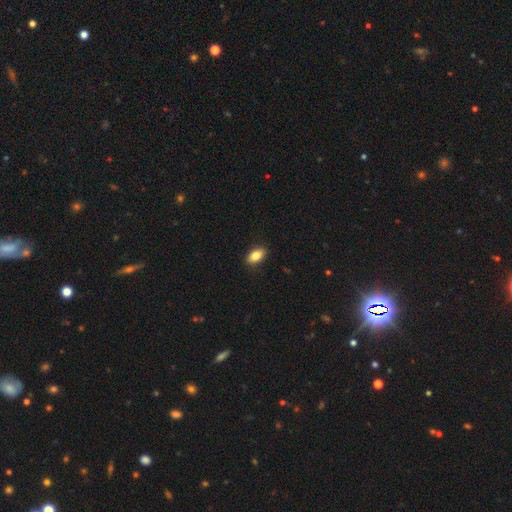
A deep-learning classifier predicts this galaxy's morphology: Smooth or featured?
  - smooth: 85% *
  - star or artifact: 8%
  - featured or disk: 7%
How rounded?
  - in between: 89% *
  - round: 8%
  - cigar-shaped: 3%
Merging?
  - none: 89% *
  - minor disturbance: 8%
  - major disturbance: 2%
  - merger: 1%